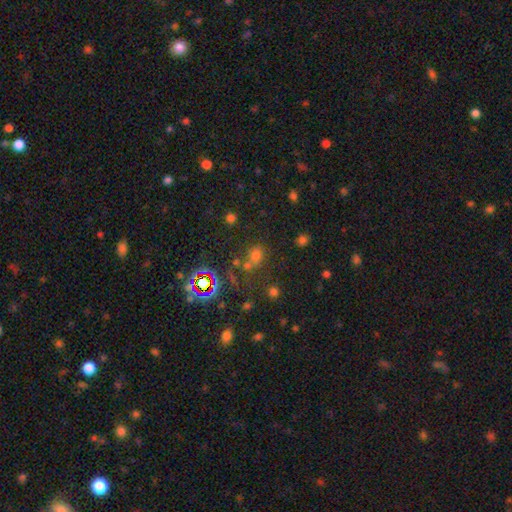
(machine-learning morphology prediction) smooth-or-featured: smooth: 52% | star or artifact: 38% | featured or disk: 10%
  how-rounded: round: 63% | in between: 36% | cigar-shaped: 2%
  merging: none: 57% | merger: 23% | minor disturbance: 13% | major disturbance: 7%